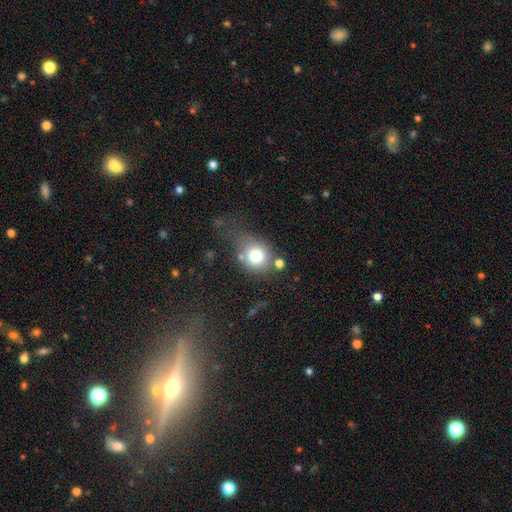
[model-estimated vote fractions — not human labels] Q: Smooth or featured?
A: smooth (74%); runner-up: featured or disk (14%)
Q: How rounded?
A: round (73%); runner-up: in between (26%)
Q: Merging?
A: none (48%); runner-up: minor disturbance (22%)